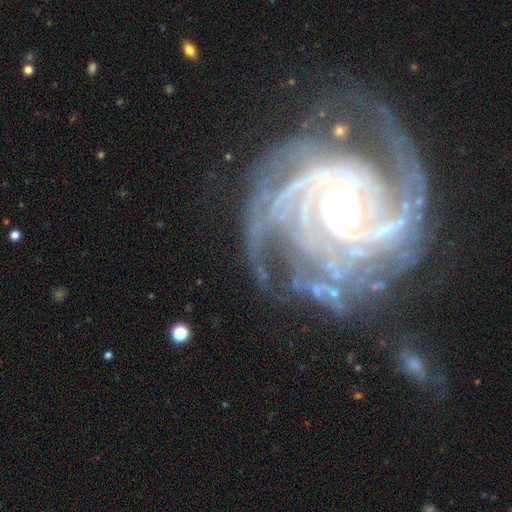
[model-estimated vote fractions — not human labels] This is clearly a featured or disk galaxy (92%). It is clearly not viewed edge-on (98%). Bar: likely no (60%). Spiral arm pattern: clearly yes (99%). Spiral arm count: marginally 3 (26%). Spiral winding: likely tight (72%). Central bulge: possibly small (48%). Merging: likely none (67%).